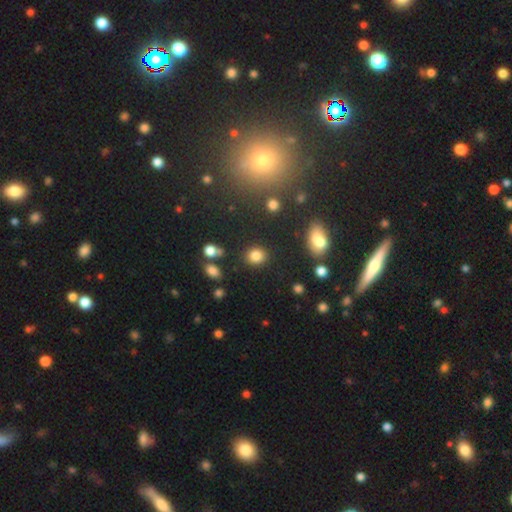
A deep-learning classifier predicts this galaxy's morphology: Smooth or featured? smooth (83%)
How rounded? round (73%)
Merging? none (86%)